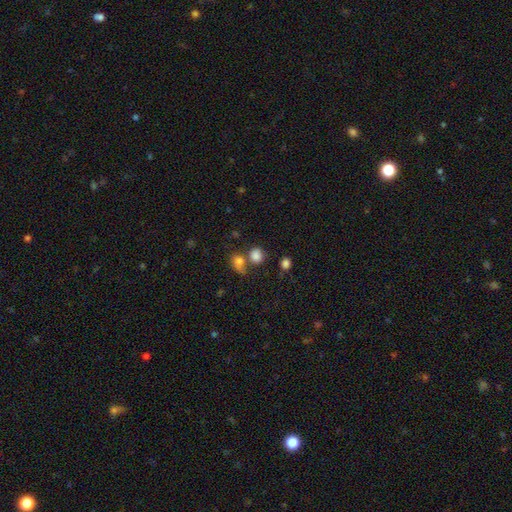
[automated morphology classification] The model was most divided on "merging": none: 49%, merger: 34%, minor disturbance: 11%, major disturbance: 6%. More confident: smooth or featured — smooth (82%); how rounded — round (73%).